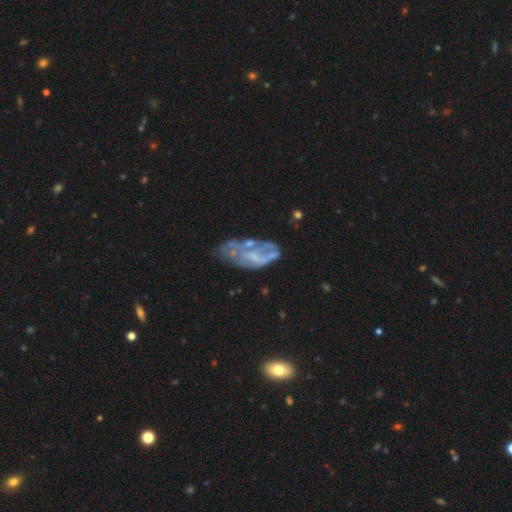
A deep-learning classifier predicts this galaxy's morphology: Overall: featured or disk (63%; smooth 27%). Edge-on disk: no (94%). Bar: no (74%). Spiral arms: no (70%). Bulge size: none (54%; small 25%). Merging: none (37%; major disturbance 28%).